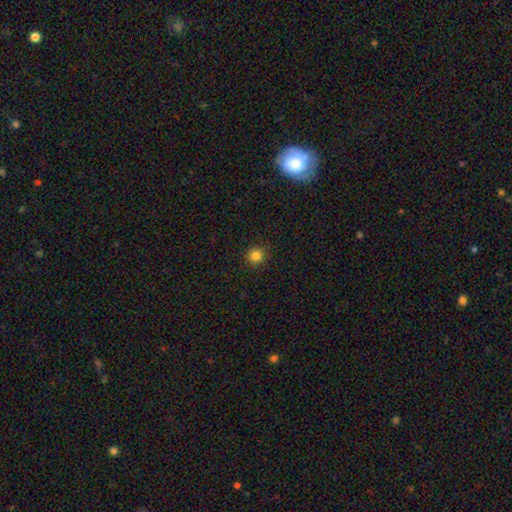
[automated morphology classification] Smooth or featured: smooth — 83% (star or artifact — 13%)
How rounded: round — 93% (in between — 6%)
Merging: none — 91% (minor disturbance — 6%)